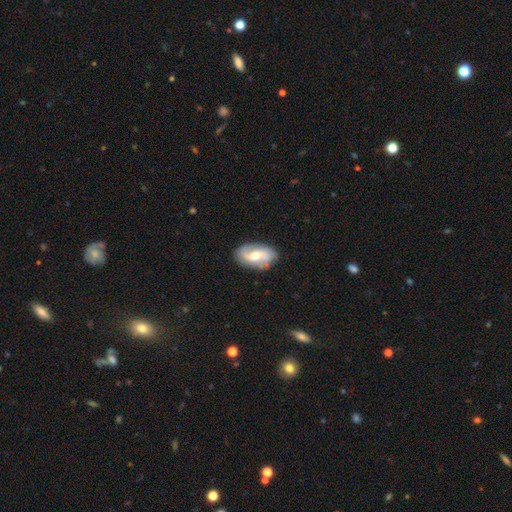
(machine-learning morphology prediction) A featured or disk galaxy (72%) with no bar (45%), 2 (81%) medium (42%) spiral arms (91%) and a moderate central bulge (67%).

Vote fractions:
- Smooth or featured? featured or disk: 72% / smooth: 22% / star or artifact: 6%
- Edge-on disk? no: 96% / yes: 4%
- Bar? no: 45% / weak: 43% / strong: 12%
- Spiral arms? yes: 91% / no: 9%
- Spiral winding? medium: 42% / loose: 37% / tight: 21%
- Spiral arm count? 2: 81% / can't tell: 9% / 1: 4% / 3: 4% / 4: 1% / more than 4: 1%
- Bulge size? moderate: 67% / small: 23% / large: 8% / none: 2% / dominant: 1%
- Merging? none: 79% / minor disturbance: 15% / major disturbance: 4% / merger: 1%